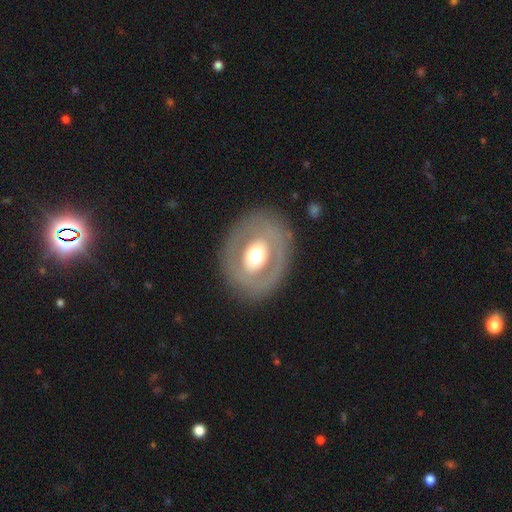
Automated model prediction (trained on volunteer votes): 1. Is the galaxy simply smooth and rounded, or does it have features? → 52% featured or disk, 41% smooth, 7% star or artifact.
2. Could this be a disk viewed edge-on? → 93% no, 7% yes.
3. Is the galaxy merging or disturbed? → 82% none, 10% minor disturbance, 7% major disturbance, 1% merger.